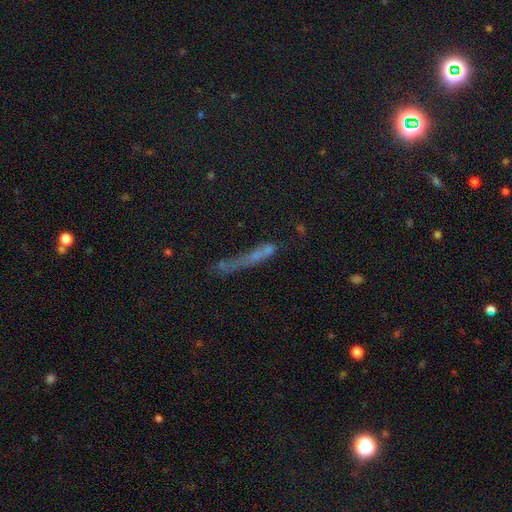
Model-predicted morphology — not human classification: A smooth galaxy with no disk features (41%).

Vote fractions:
- Smooth or featured? smooth: 41% / featured or disk: 32% / star or artifact: 28%
- Merging? none: 40% / merger: 23% / major disturbance: 20% / minor disturbance: 17%